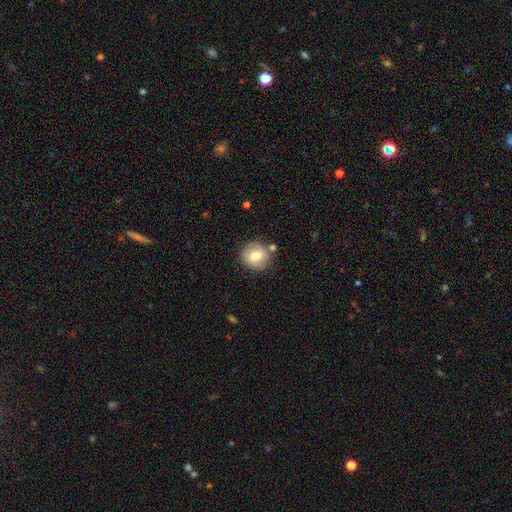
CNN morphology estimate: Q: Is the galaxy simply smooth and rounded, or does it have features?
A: smooth — 67%.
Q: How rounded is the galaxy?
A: round — 89%.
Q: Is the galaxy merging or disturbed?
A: none — 80%.